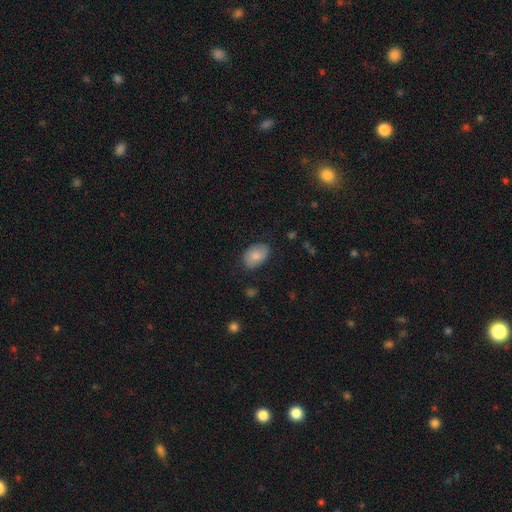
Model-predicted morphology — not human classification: A smooth galaxy with no disk features (80%) that is in between round and cigar-shaped (87%). Merging: none (76%).